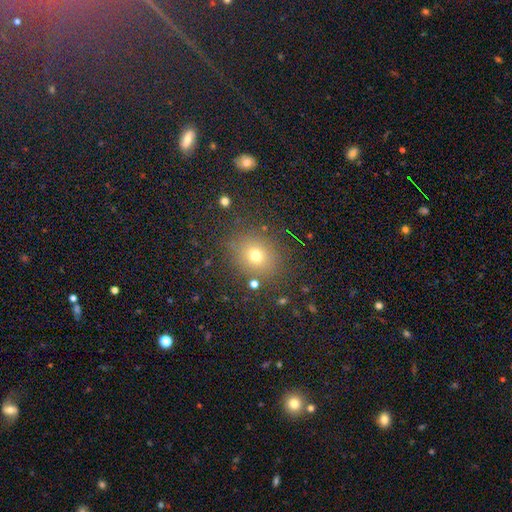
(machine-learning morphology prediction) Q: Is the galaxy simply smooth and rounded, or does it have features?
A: smooth — 71%.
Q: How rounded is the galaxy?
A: round — 72%.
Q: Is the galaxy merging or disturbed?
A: none — 84%.